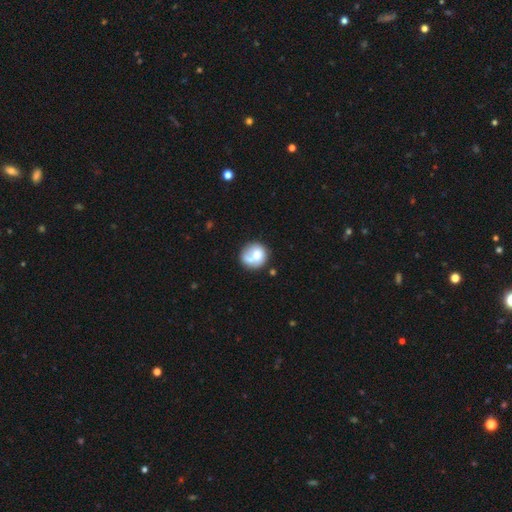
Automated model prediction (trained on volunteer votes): Morphology: type=smooth (67%); roundness=round (85%); merging=none (49%).